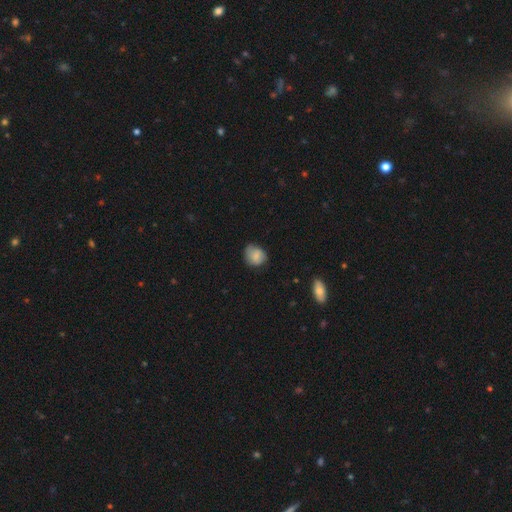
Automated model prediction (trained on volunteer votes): smooth 80%, featured or disk 11%, star or artifact 8%. Down the decision tree: how rounded — round (66%); merging — none (65%).